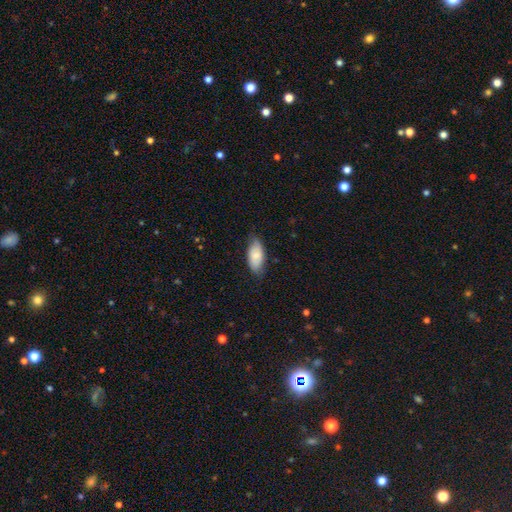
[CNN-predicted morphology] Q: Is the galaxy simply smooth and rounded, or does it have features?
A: smooth — 76%.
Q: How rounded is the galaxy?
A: in between — 91%.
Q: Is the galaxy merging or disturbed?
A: none — 72%.